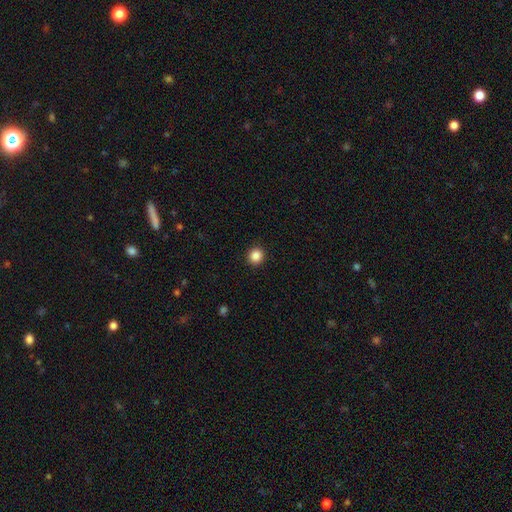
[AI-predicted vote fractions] The model was most divided on "smooth or featured": smooth: 87%, star or artifact: 10%, featured or disk: 3%. More confident: merging — none (92%); how rounded — round (91%).